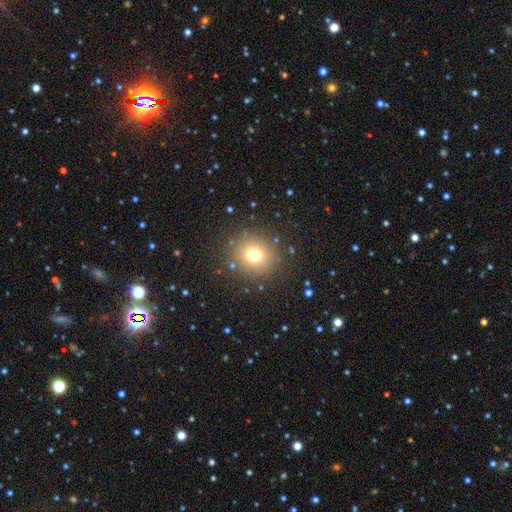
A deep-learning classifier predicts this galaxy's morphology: This is likely a smooth galaxy (72%). How rounded: clearly round (89%). Merging: clearly none (87%).